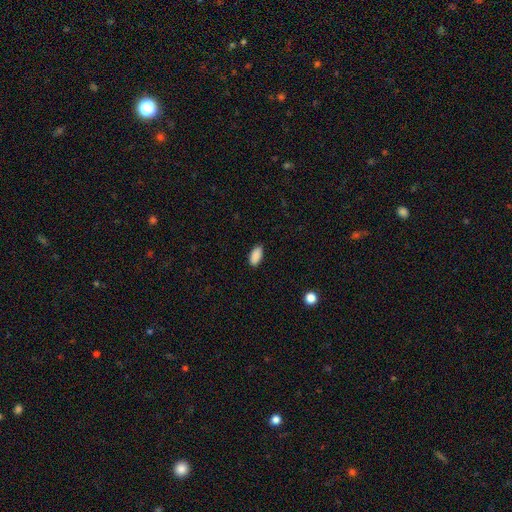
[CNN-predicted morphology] smooth_or_featured: smooth (p=0.90) [alt: star or artifact p=0.07]
how_rounded: in between (p=0.92) [alt: cigar-shaped p=0.06]
merging: none (p=0.86) [alt: minor disturbance p=0.11]